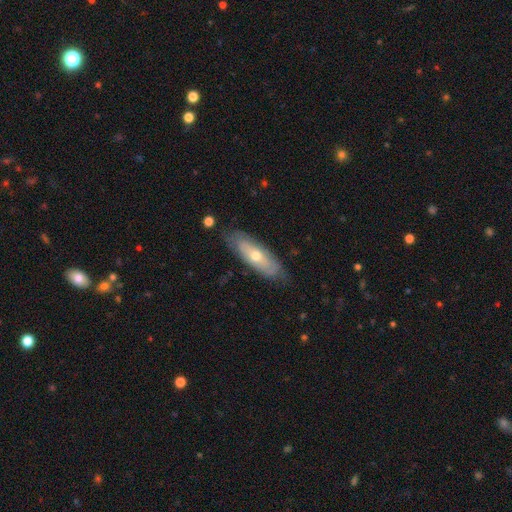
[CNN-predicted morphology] featured or disk 49%, smooth 44%, star or artifact 6%. Down the decision tree: merging — none (78%).